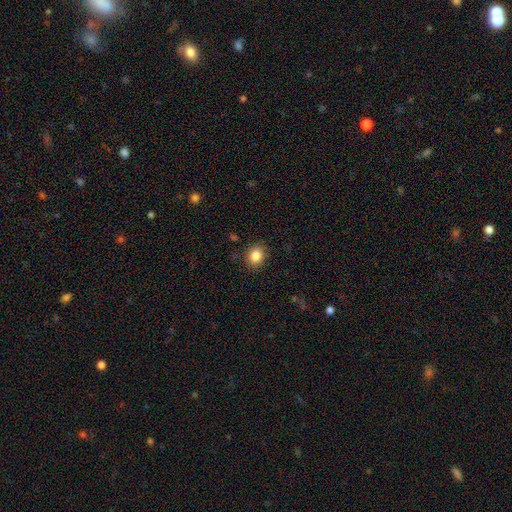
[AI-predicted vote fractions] Overall: smooth (85%). How rounded: round (53%; in between 46%). Merging: none (87%).